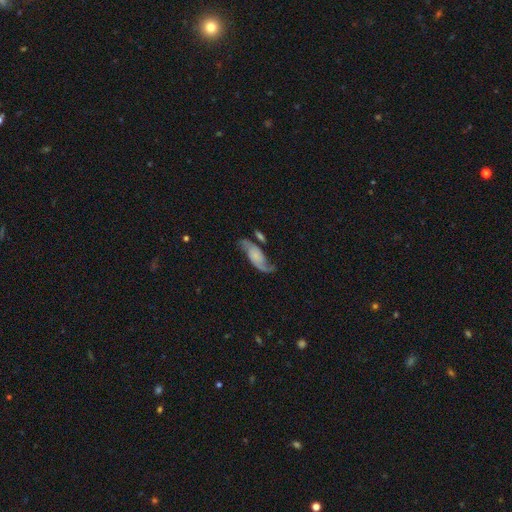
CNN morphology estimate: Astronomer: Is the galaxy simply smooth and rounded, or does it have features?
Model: featured or disk — 73%.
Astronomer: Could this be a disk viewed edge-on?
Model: no — 93%.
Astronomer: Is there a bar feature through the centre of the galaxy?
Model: no — 65%.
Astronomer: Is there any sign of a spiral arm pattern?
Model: yes — 94%.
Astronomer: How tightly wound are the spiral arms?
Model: loose — 59%.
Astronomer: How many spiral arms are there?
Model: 2 — 86%.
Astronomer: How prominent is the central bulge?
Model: small — 44% (runner-up: none, 33%).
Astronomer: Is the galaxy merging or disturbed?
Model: none — 57%.